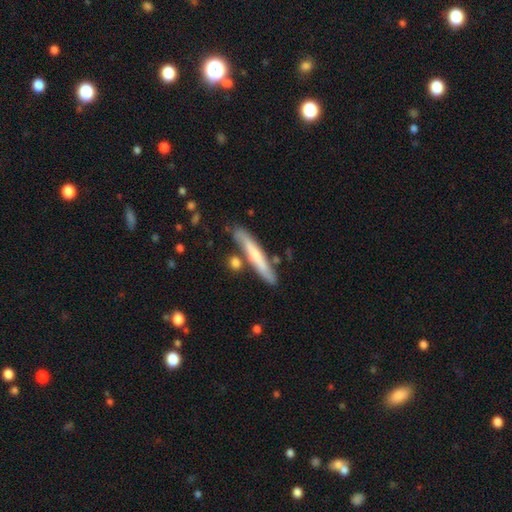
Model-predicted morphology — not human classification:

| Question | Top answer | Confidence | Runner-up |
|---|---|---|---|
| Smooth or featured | smooth | 53% | featured or disk (42%) |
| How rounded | cigar-shaped | 93% | in between (6%) |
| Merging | none | 75% | minor disturbance (14%) |